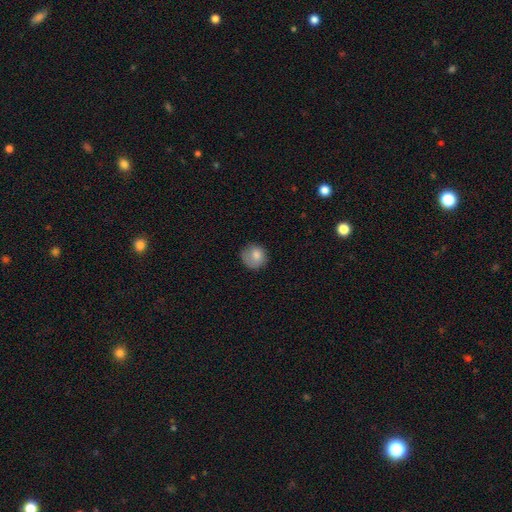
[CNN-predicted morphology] Smooth or featured? Predicted: smooth (p=0.80). How rounded? Predicted: round (p=0.79). Merging? Predicted: none (p=0.60).